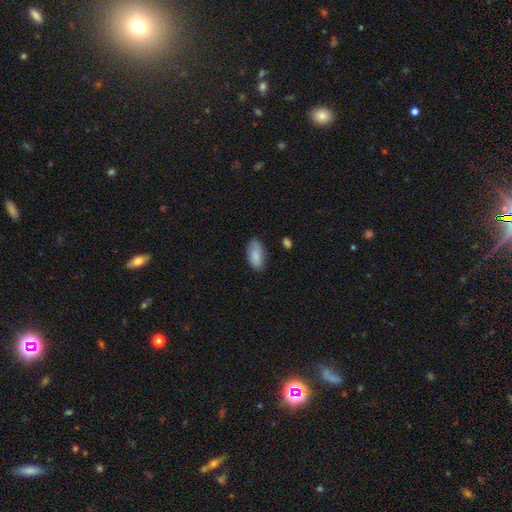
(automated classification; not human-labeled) Smooth or featured? Predicted: smooth (p=0.88). How rounded? Predicted: in between (p=0.92). Merging? Predicted: none (p=0.78).